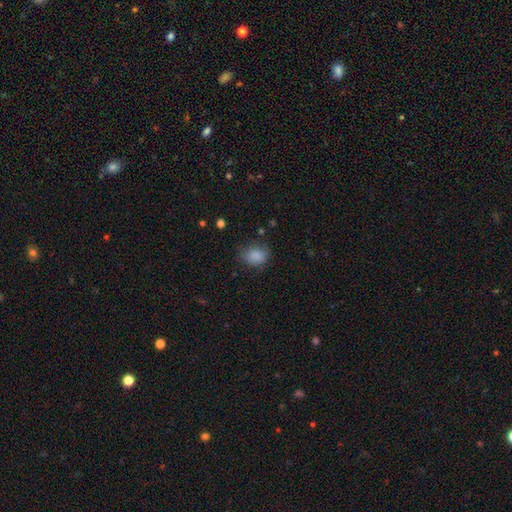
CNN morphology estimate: smooth_or_featured: smooth (p=0.85) [alt: star or artifact p=0.09]
how_rounded: in between (p=0.54) [alt: round p=0.45]
merging: none (p=0.68) [alt: minor disturbance p=0.23]